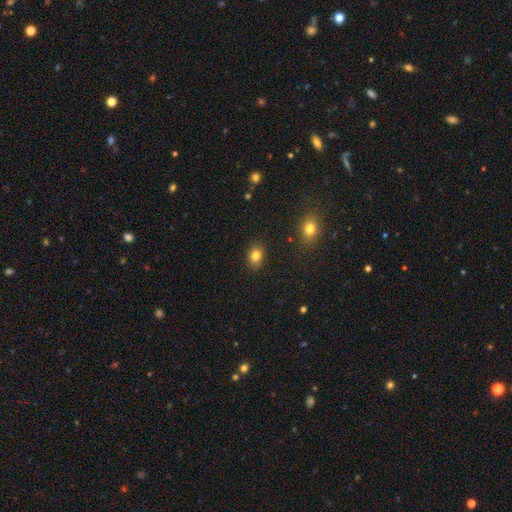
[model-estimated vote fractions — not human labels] Smooth or featured? smooth (82%)
How rounded? in between (58%)
Merging? none (87%)